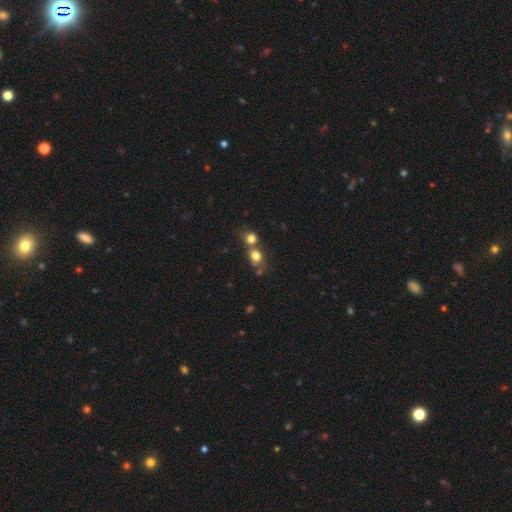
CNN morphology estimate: Q: Smooth or featured?
A: smooth (76%); runner-up: star or artifact (13%)
Q: How rounded?
A: round (70%); runner-up: in between (29%)
Q: Merging?
A: merger (48%); runner-up: none (39%)